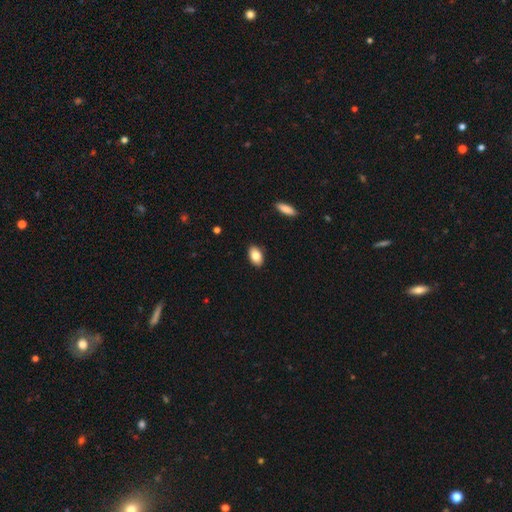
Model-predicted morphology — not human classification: A smooth galaxy with no disk features (83%) that is in between round and cigar-shaped (92%). Merging: none (89%).